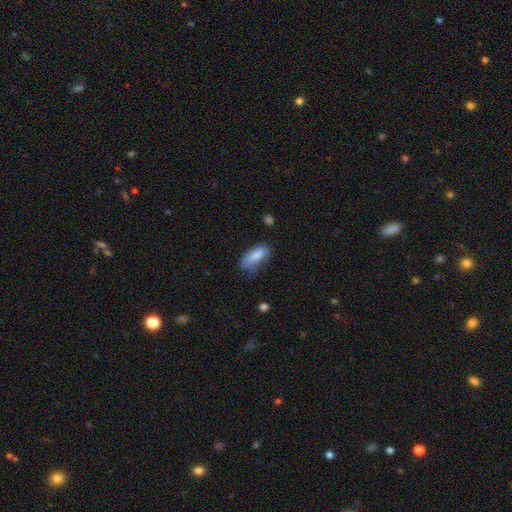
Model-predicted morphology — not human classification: Q: Smooth or featured?
A: smooth (80%); runner-up: featured or disk (13%)
Q: How rounded?
A: in between (81%); runner-up: cigar-shaped (16%)
Q: Merging?
A: none (47%); runner-up: minor disturbance (35%)